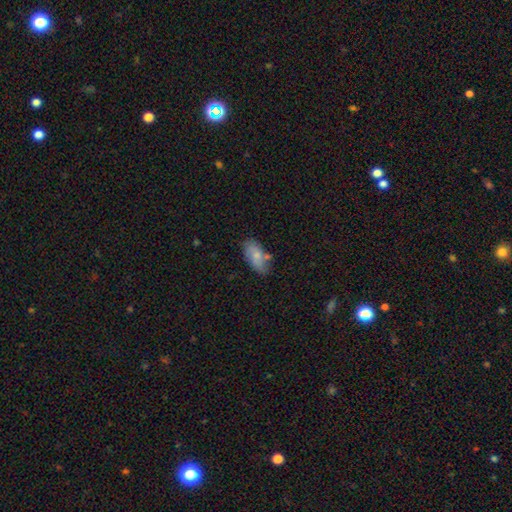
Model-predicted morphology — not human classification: Smooth or featured: smooth — 74% (featured or disk — 19%)
How rounded: in between — 92% (cigar-shaped — 5%)
Merging: none — 64% (minor disturbance — 21%)